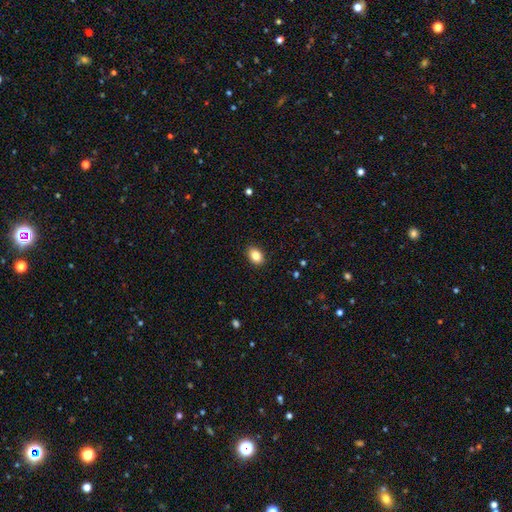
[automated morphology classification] Smooth or featured?
  - smooth: 87% *
  - star or artifact: 8%
  - featured or disk: 5%
How rounded?
  - in between: 81% *
  - round: 18%
  - cigar-shaped: 1%
Merging?
  - none: 90% *
  - minor disturbance: 7%
  - major disturbance: 2%
  - merger: 1%